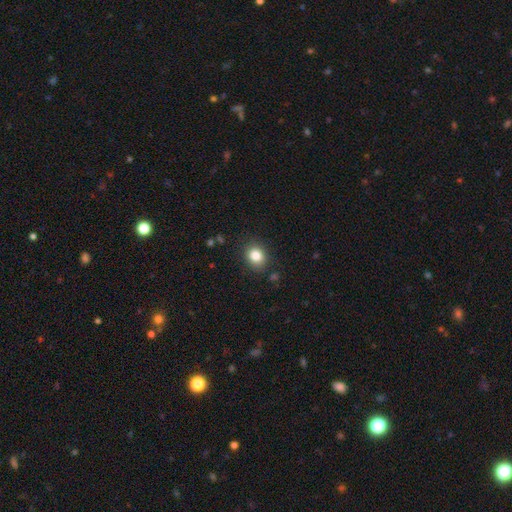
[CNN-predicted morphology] A smooth galaxy with no disk features (84%) that is round (62%). Merging: none (85%).